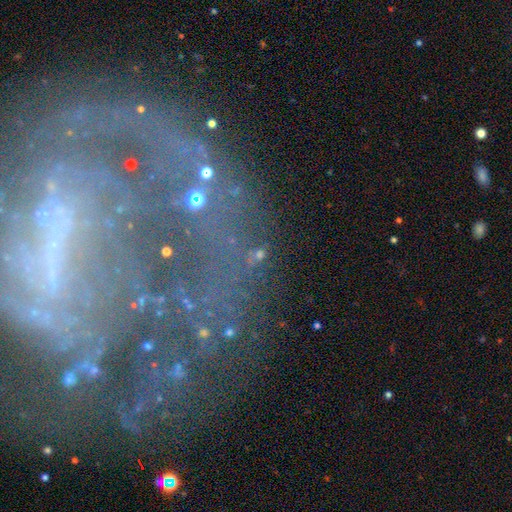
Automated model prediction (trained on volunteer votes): star or artifact 56%, smooth 24%, featured or disk 20%.